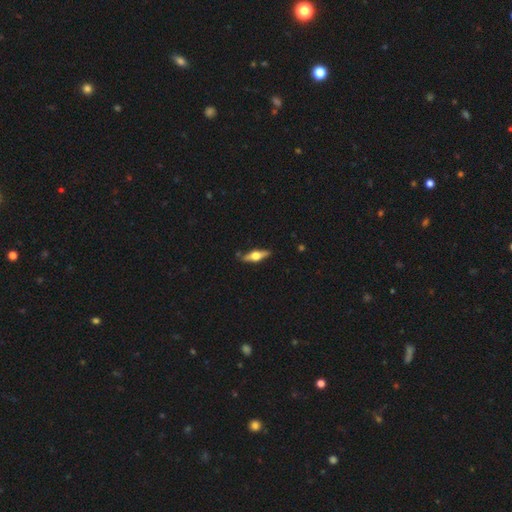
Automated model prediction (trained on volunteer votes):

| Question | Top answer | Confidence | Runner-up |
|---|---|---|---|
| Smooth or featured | featured or disk | 61% | smooth (33%) |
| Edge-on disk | yes | 94% | no (6%) |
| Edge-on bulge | rounded | 95% | boxy (4%) |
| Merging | none | 86% | minor disturbance (10%) |